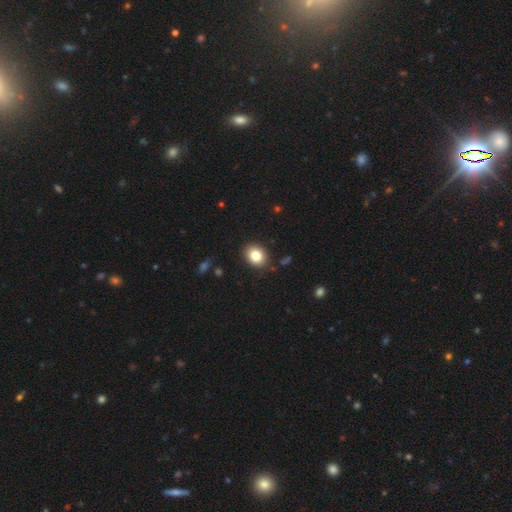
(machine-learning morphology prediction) smooth_or_featured: smooth (p=0.83) [alt: star or artifact p=0.09]
how_rounded: in between (p=0.50) [alt: round p=0.49]
merging: none (p=0.88) [alt: minor disturbance p=0.08]